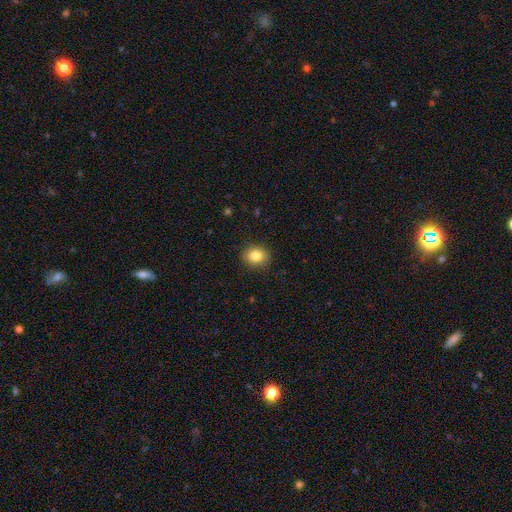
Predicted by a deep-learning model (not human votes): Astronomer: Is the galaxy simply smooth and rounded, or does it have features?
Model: smooth — 84%.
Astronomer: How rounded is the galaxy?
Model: round — 72%.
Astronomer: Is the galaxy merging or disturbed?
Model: none — 88%.